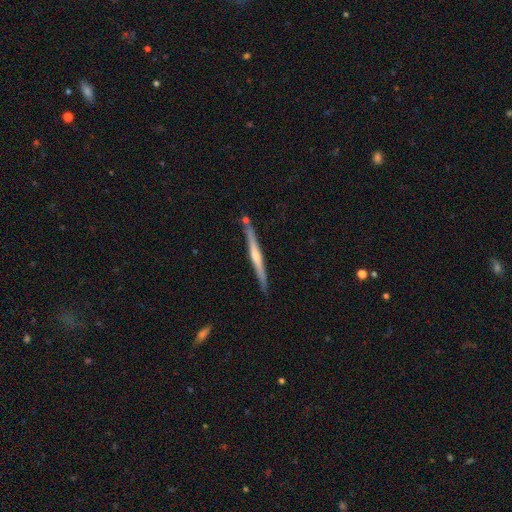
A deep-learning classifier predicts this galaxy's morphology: Smooth or featured: featured or disk — 69% (smooth — 25%)
Edge-on disk: yes — 98% (no — 2%)
Edge-on bulge: rounded — 65% (none — 28%)
Merging: none — 85% (minor disturbance — 9%)